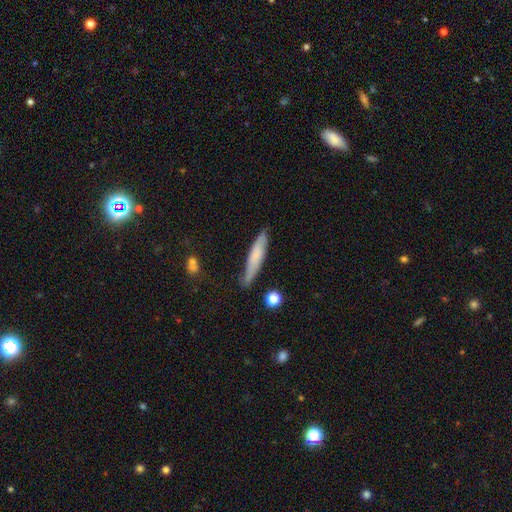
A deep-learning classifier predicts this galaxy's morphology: Q: Smooth or featured?
A: smooth (64%); runner-up: featured or disk (29%)
Q: How rounded?
A: cigar-shaped (86%); runner-up: in between (12%)
Q: Merging?
A: none (74%); runner-up: minor disturbance (19%)